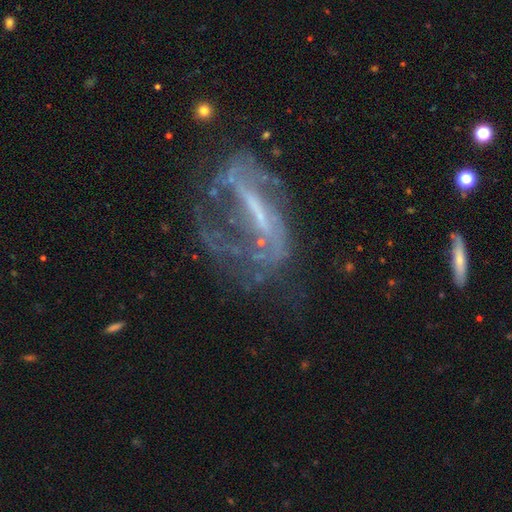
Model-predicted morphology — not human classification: A featured or disk galaxy (78%) with a strong bar (57%), spiral arms (65%) and no central bulge (38%).

Vote fractions:
- Smooth or featured? featured or disk: 78% / star or artifact: 11% / smooth: 11%
- Edge-on disk? no: 91% / yes: 9%
- Bar? strong: 57% / weak: 28% / no: 15%
- Spiral arms? yes: 65% / no: 35%
- Bulge size? none: 38% / small: 36% / moderate: 21% / large: 4% / dominant: 1%
- Merging? none: 41% / major disturbance: 37% / minor disturbance: 17% / merger: 5%